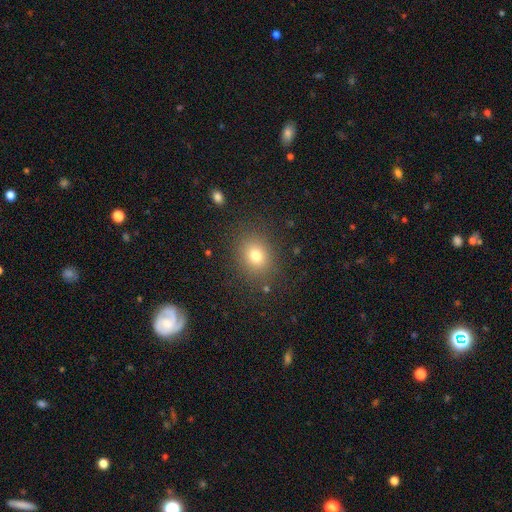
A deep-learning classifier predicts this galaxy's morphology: type=smooth (76%); roundness=round (62%); merging=none (85%).